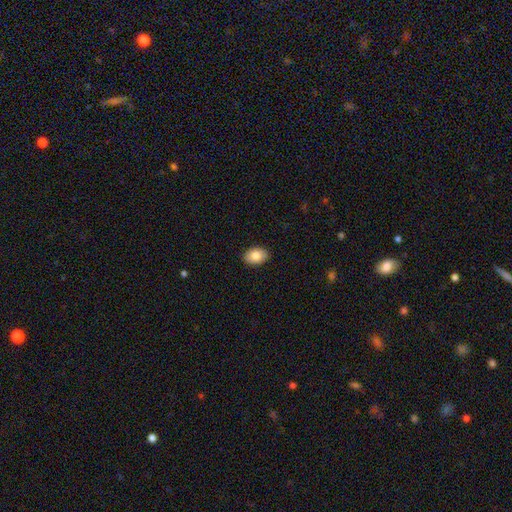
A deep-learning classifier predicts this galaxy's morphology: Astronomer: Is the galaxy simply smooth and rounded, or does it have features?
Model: smooth — 82%.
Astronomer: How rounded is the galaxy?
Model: in between — 83%.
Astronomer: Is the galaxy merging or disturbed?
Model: none — 90%.